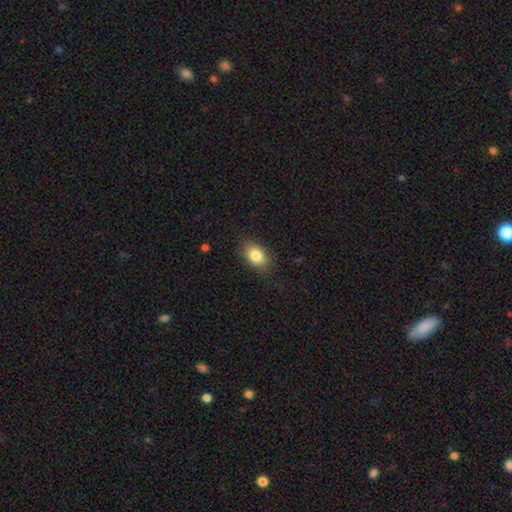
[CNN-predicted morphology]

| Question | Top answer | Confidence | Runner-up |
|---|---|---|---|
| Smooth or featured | smooth | 84% | star or artifact (8%) |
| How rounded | in between | 83% | round (15%) |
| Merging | none | 84% | minor disturbance (12%) |